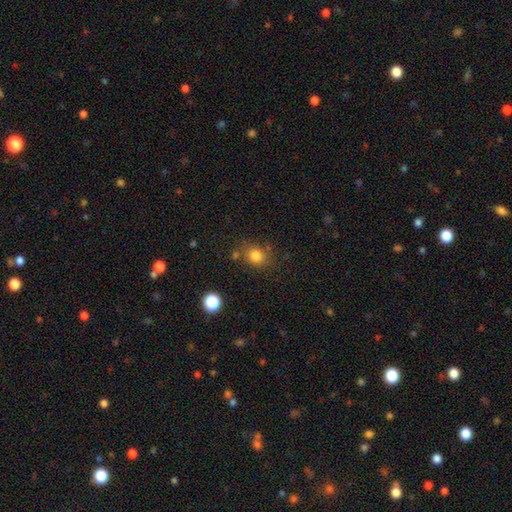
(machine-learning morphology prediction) Smooth or featured? smooth (81%)
How rounded? round (66%)
Merging? none (70%)